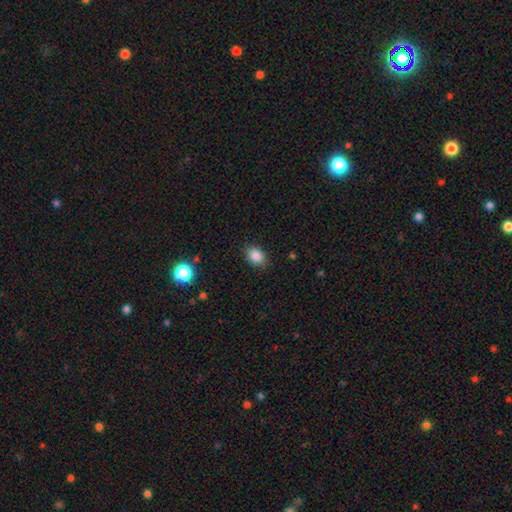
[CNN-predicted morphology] A smooth galaxy with no disk features (85%) that is in between round and cigar-shaped (61%). Merging: none (86%).